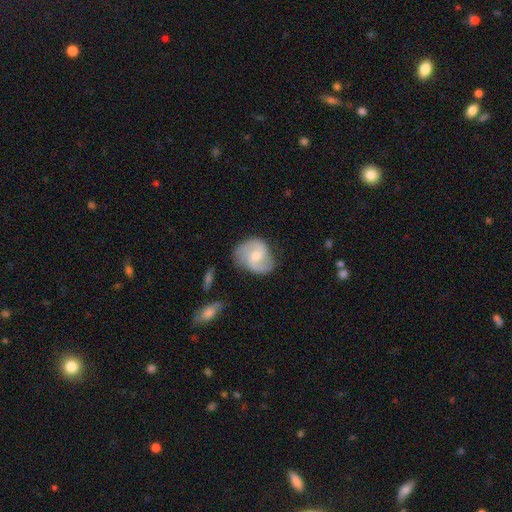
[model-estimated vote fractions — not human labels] Smooth or featured?
  - featured or disk: 74% *
  - smooth: 21%
  - star or artifact: 6%
Edge-on disk?
  - no: 97% *
  - yes: 3%
Bar?
  - weak: 48% *
  - no: 42%
  - strong: 10%
Spiral arms?
  - yes: 93% *
  - no: 7%
Spiral winding?
  - medium: 49% *
  - loose: 34%
  - tight: 17%
Spiral arm count?
  - 2: 89% *
  - can't tell: 5%
  - 1: 2%
  - 3: 1%
  - 4: 1%
  - more than 4: 1%
Bulge size?
  - moderate: 57% *
  - small: 37%
  - large: 3%
  - none: 2%
  - dominant: 1%
Merging?
  - none: 73% *
  - minor disturbance: 19%
  - major disturbance: 6%
  - merger: 2%